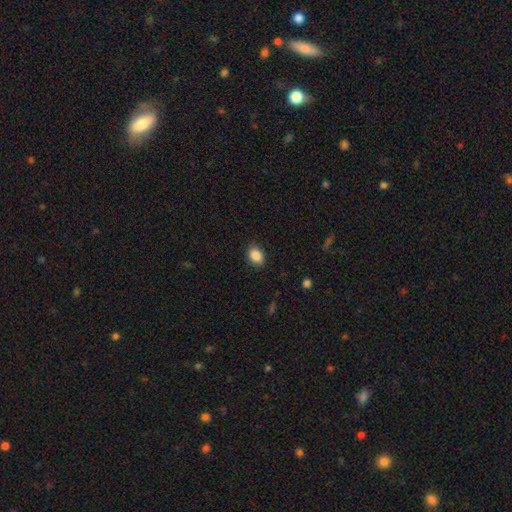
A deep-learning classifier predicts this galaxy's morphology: type=smooth (87%); roundness=in between (67%); merging=none (83%).